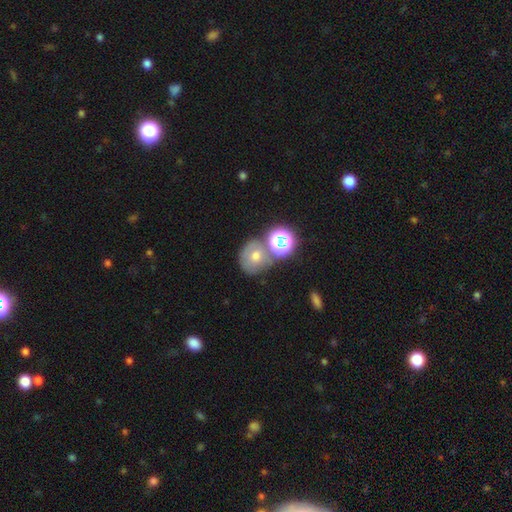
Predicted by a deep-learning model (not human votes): smooth-or-featured: smooth: 46% | star or artifact: 29% | featured or disk: 25%
  merging: none: 57% | merger: 24% | minor disturbance: 13% | major disturbance: 6%